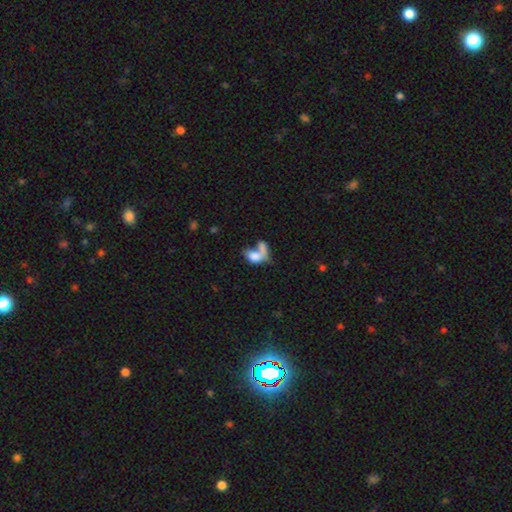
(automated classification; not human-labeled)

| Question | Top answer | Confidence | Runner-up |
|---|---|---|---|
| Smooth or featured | smooth | 69% | featured or disk (21%) |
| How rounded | in between | 81% | round (15%) |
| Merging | merger | 61% | none (16%) |